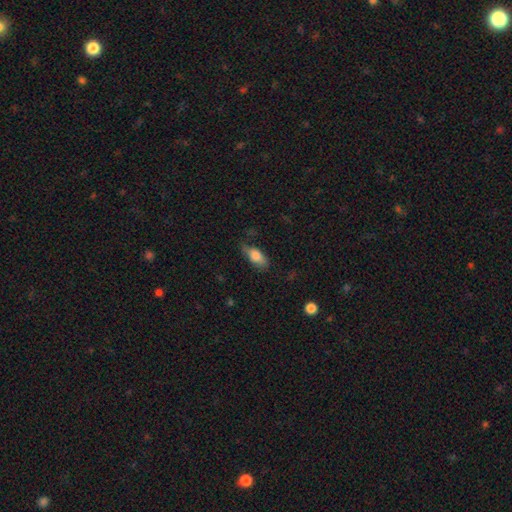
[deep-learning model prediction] smooth-or-featured: smooth: 76% | featured or disk: 16% | star or artifact: 7%
  how-rounded: in between: 82% | cigar-shaped: 15% | round: 4%
  merging: none: 58% | minor disturbance: 29% | major disturbance: 11% | merger: 2%